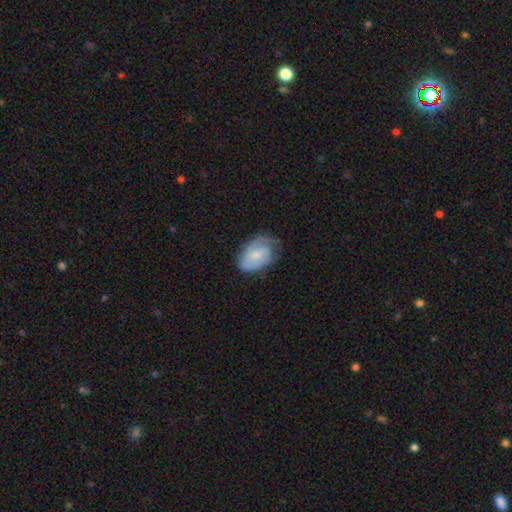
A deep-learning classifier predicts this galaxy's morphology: Smooth or featured? featured or disk (55%)
Edge-on disk? no (97%)
Bar? no (52%)
Spiral arms? yes (85%)
Bulge size? small (45%)
Merging? none (56%)